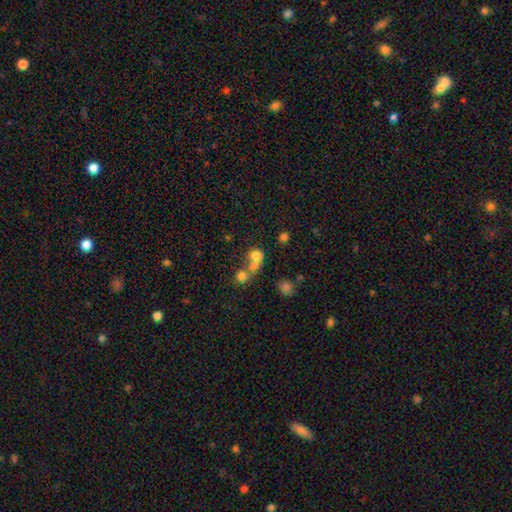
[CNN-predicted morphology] A smooth galaxy with no disk features (70%) that is round (70%). Merging: merger (60%).